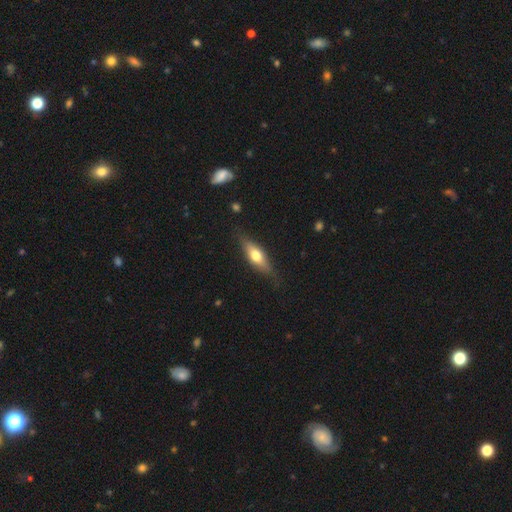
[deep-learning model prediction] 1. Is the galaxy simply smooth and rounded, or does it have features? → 57% smooth, 37% featured or disk, 6% star or artifact.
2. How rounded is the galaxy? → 55% in between, 42% cigar-shaped, 3% round.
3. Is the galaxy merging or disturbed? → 80% none, 16% minor disturbance, 3% major disturbance, 1% merger.